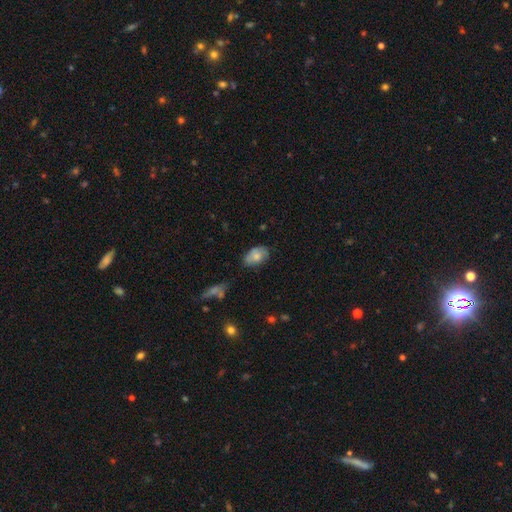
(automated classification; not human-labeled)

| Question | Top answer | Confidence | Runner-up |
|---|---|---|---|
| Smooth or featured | smooth | 68% | featured or disk (24%) |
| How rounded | in between | 87% | round (11%) |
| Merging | none | 62% | minor disturbance (29%) |